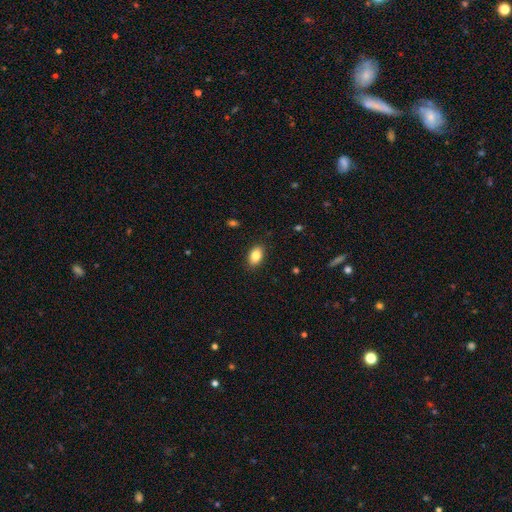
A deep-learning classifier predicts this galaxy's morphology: Smooth or featured?
  - smooth: 84% *
  - featured or disk: 8%
  - star or artifact: 8%
How rounded?
  - in between: 90% *
  - round: 8%
  - cigar-shaped: 2%
Merging?
  - none: 88% *
  - minor disturbance: 9%
  - major disturbance: 2%
  - merger: 1%